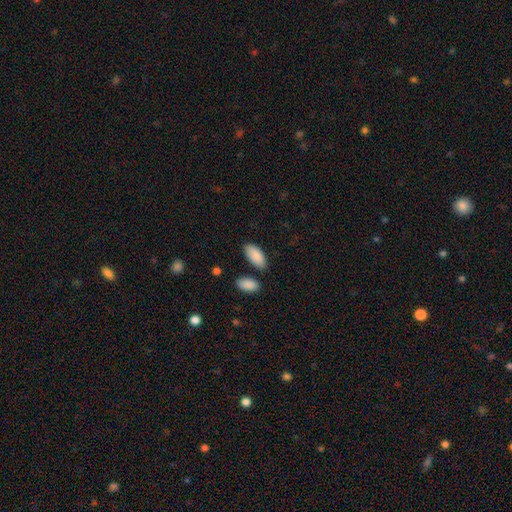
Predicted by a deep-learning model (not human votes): Q: Smooth or featured?
A: smooth (89%); runner-up: star or artifact (6%)
Q: How rounded?
A: in between (92%); runner-up: cigar-shaped (6%)
Q: Merging?
A: none (79%); runner-up: minor disturbance (12%)